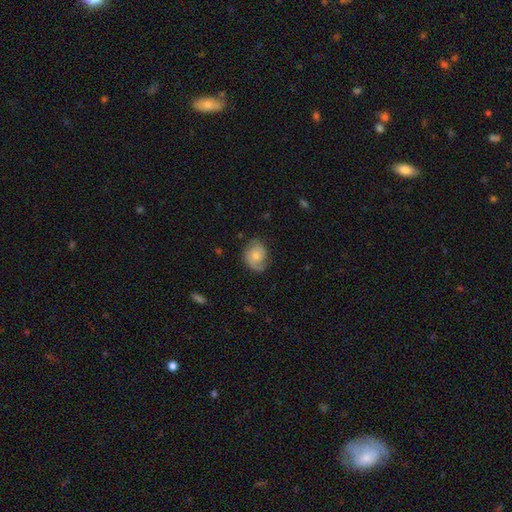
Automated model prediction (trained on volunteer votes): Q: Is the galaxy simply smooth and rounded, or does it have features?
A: smooth — 48%.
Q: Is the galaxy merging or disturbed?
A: none — 64%.